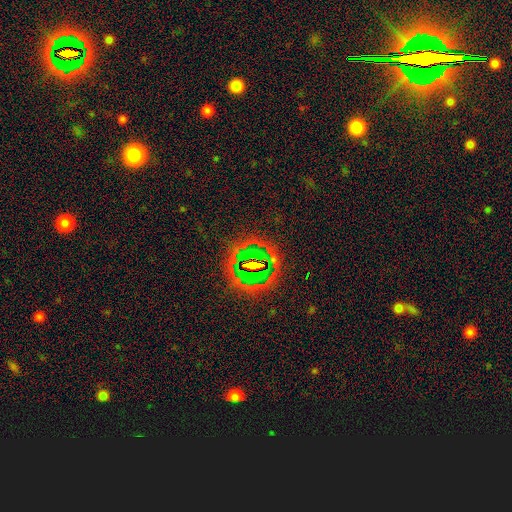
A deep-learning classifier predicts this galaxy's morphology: Smooth or featured? Predicted: featured or disk (p=0.49). Merging? Predicted: none (p=0.81).